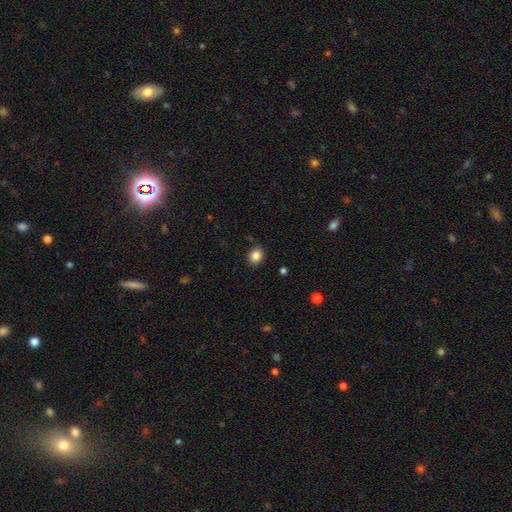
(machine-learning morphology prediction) Smooth or featured? Predicted: smooth (p=0.86). How rounded? Predicted: round (p=0.70). Merging? Predicted: none (p=0.85).